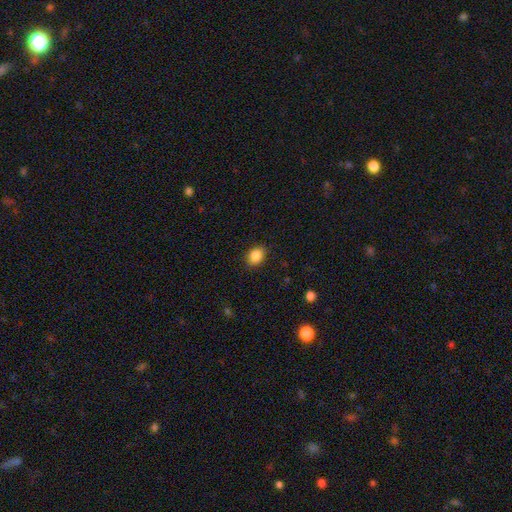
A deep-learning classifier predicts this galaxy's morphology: This appears to be a smooth galaxy with no disk features (87%) that is in between round and cigar-shaped (61%). Merging: none (87%).